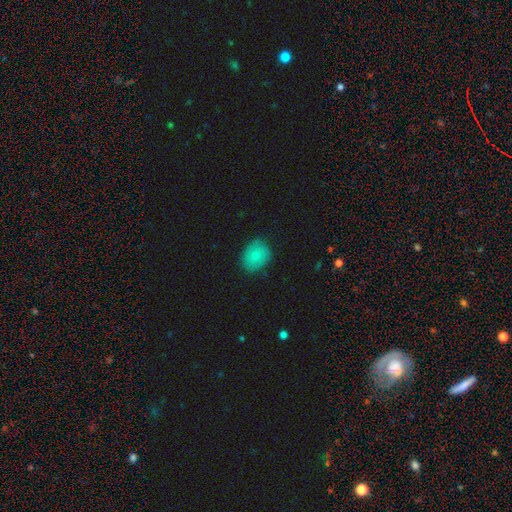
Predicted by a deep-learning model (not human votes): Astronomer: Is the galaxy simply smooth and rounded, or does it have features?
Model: smooth — 73%.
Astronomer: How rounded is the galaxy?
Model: in between — 51% (runner-up: round, 48%).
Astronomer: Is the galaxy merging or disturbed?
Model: none — 78%.